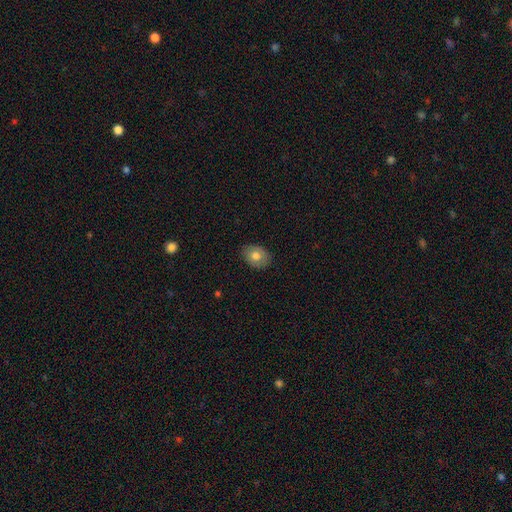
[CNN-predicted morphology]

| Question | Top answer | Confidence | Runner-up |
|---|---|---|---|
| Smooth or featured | smooth | 74% | featured or disk (18%) |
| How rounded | in between | 68% | round (31%) |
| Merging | none | 84% | minor disturbance (13%) |